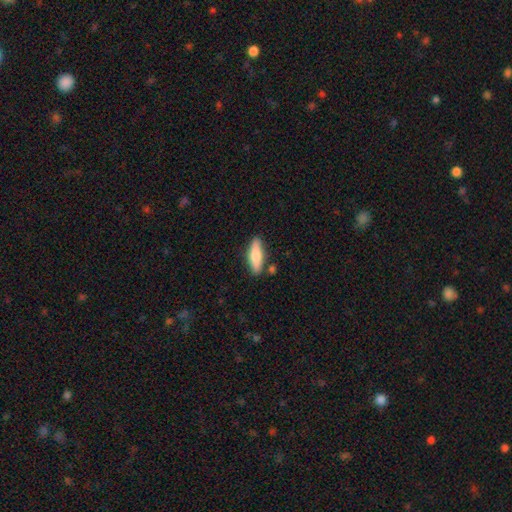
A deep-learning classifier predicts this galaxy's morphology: This appears to be a smooth galaxy with no disk features (73%) that is cigar-shaped (56%). Merging: none (81%).